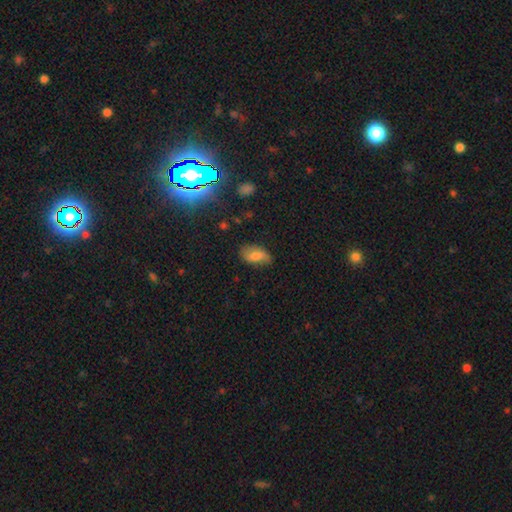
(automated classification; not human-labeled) This appears to be a smooth galaxy with no disk features (69%) that is in between round and cigar-shaped (91%). Merging: none (63%).